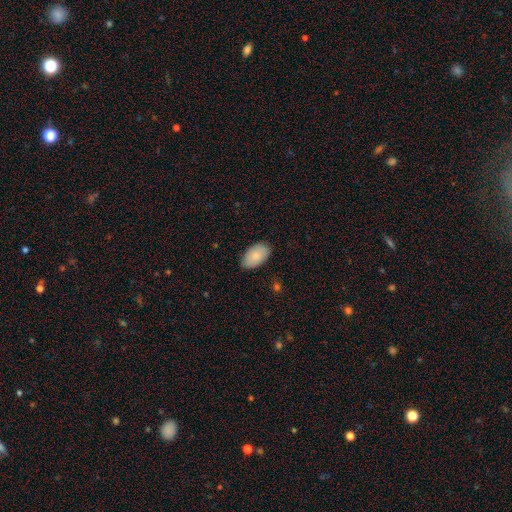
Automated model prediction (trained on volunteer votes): Smooth or featured? smooth (85%)
How rounded? in between (95%)
Merging? none (82%)